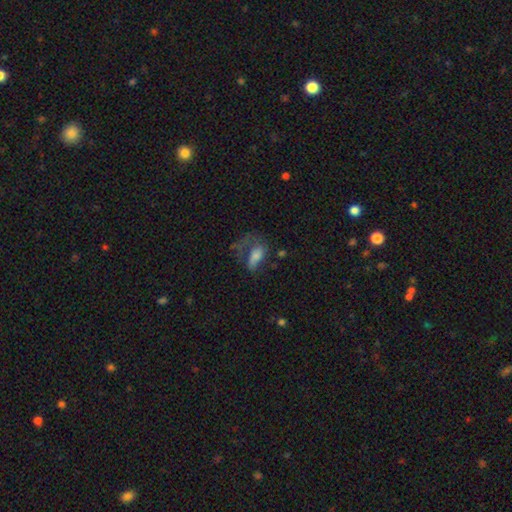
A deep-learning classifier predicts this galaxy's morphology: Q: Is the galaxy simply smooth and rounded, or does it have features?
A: smooth — 55%.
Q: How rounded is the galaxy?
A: in between — 85%.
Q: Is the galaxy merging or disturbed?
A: major disturbance — 52%.